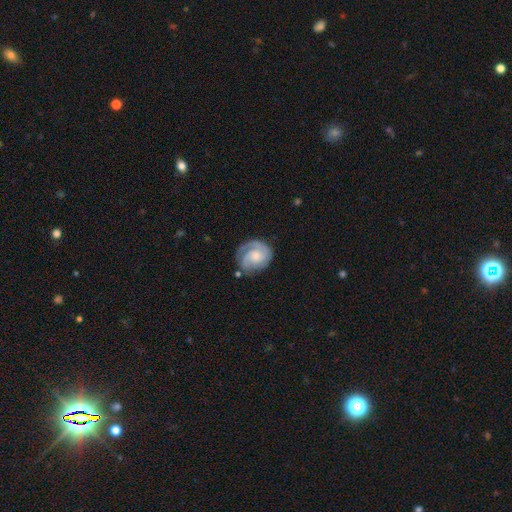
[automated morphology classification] This appears to be a featured or disk galaxy (79%) with no bar (69%), 2 (49%) tight (60%) spiral arms (95%) and a small central bulge (44%). Merging: none (67%).